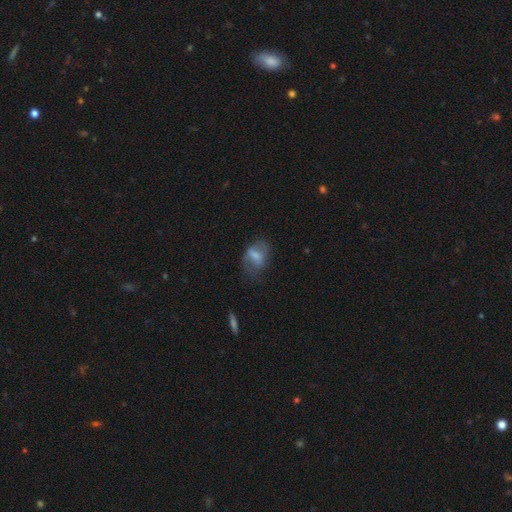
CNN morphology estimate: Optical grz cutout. It shows a smooth galaxy with no disk features (49%). Merging: none (47%).